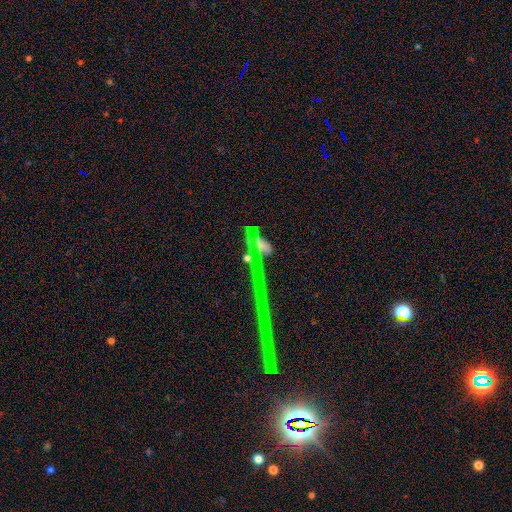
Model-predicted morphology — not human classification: Smooth or featured? Predicted: star or artifact (p=0.63).